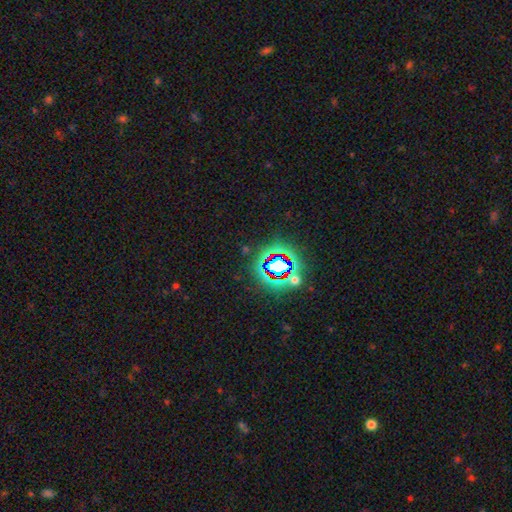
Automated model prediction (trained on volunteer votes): star or artifact 80%, smooth 12%, featured or disk 8%.